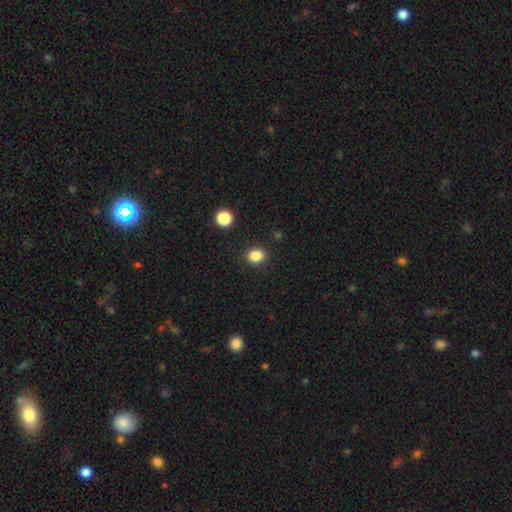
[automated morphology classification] Overall: smooth (85%). How rounded: in between (52%; round 47%). Merging: none (88%).